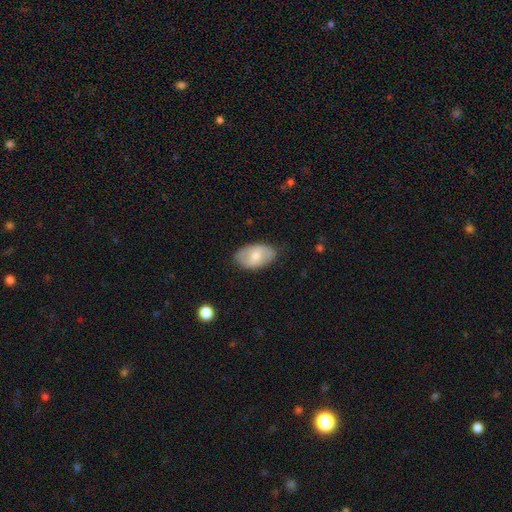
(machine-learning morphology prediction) Smooth or featured? Predicted: smooth (p=0.60). How rounded? Predicted: in between (p=0.91). Merging? Predicted: none (p=0.79).